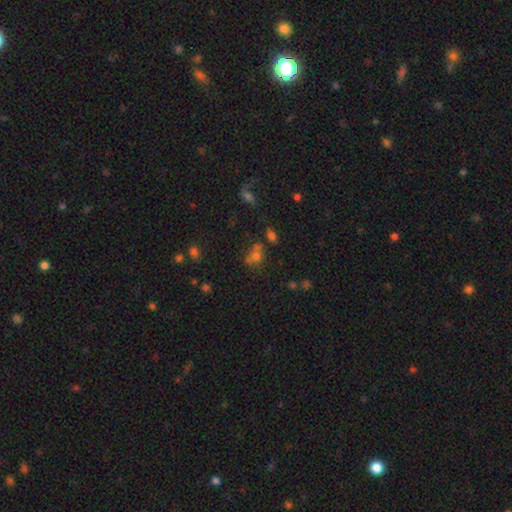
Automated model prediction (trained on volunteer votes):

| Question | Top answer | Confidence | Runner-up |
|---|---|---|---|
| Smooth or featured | smooth | 59% | star or artifact (27%) |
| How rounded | round | 60% | in between (37%) |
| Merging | none | 47% | merger (31%) |